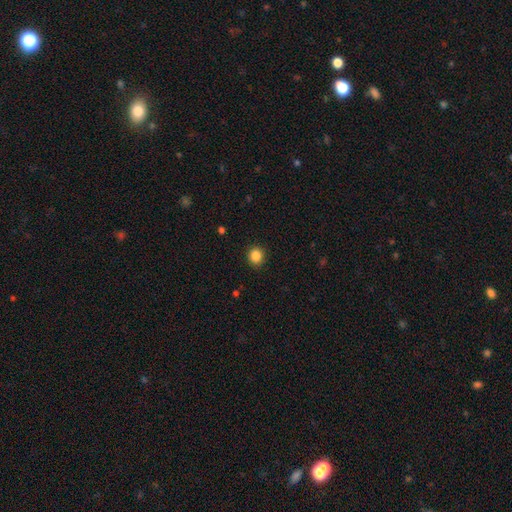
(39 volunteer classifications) A smooth galaxy with no disk features (92%) that is round (86%).

Vote fractions:
- Smooth or featured? smooth: 92% / featured or disk: 5% / star or artifact: 3%
- How rounded? round: 86% / in between: 14% / cigar-shaped: 0%
- Merging? none: 84% / minor disturbance: 11% / major disturbance: 5% / merger: 0%